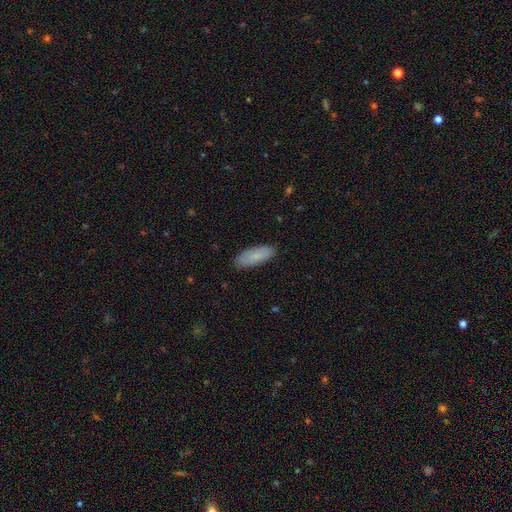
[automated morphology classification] Q: Smooth or featured?
A: smooth (81%); runner-up: featured or disk (13%)
Q: How rounded?
A: in between (66%); runner-up: cigar-shaped (32%)
Q: Merging?
A: none (88%); runner-up: minor disturbance (9%)